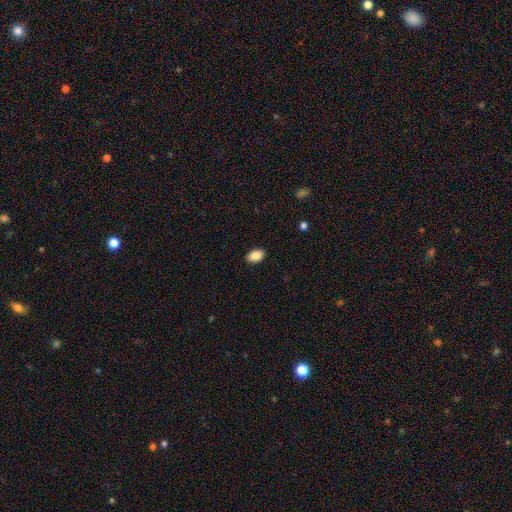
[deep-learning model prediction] Overall: smooth (88%). How rounded: in between (90%). Merging: none (90%).